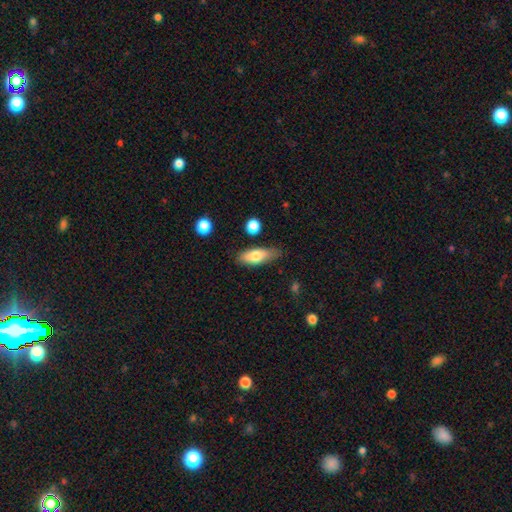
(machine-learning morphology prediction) Smooth or featured?
  - smooth: 72% *
  - featured or disk: 21%
  - star or artifact: 7%
How rounded?
  - in between: 67% *
  - cigar-shaped: 30%
  - round: 3%
Merging?
  - none: 73% *
  - minor disturbance: 19%
  - major disturbance: 4%
  - merger: 3%